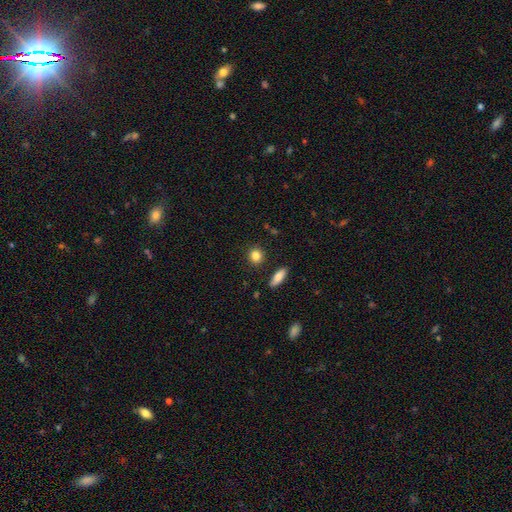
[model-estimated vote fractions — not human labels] A smooth galaxy with no disk features (85%) that is round (77%).

Vote fractions:
- Smooth or featured? smooth: 85% / star or artifact: 9% / featured or disk: 6%
- How rounded? round: 77% / in between: 20% / cigar-shaped: 2%
- Merging? none: 87% / minor disturbance: 8% / merger: 3% / major disturbance: 2%